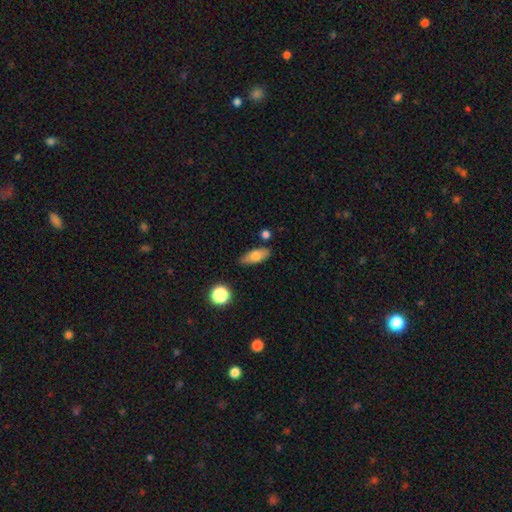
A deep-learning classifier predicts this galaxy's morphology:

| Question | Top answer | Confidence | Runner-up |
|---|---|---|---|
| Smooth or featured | smooth | 73% | featured or disk (18%) |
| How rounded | in between | 79% | cigar-shaped (15%) |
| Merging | none | 80% | minor disturbance (14%) |